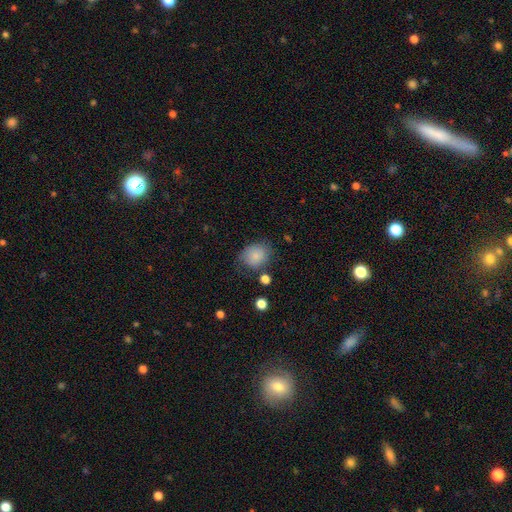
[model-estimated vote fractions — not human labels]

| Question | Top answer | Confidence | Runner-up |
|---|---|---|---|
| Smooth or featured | smooth | 84% | star or artifact (8%) |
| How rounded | round | 59% | in between (40%) |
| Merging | none | 64% | minor disturbance (24%) |